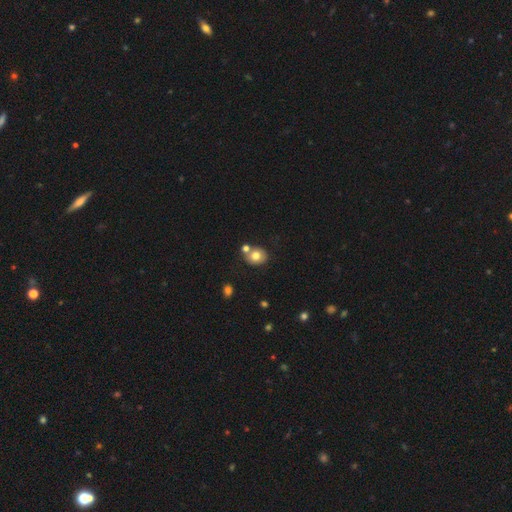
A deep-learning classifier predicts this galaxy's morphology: Smooth or featured? smooth (76%)
How rounded? round (65%)
Merging? none (61%)